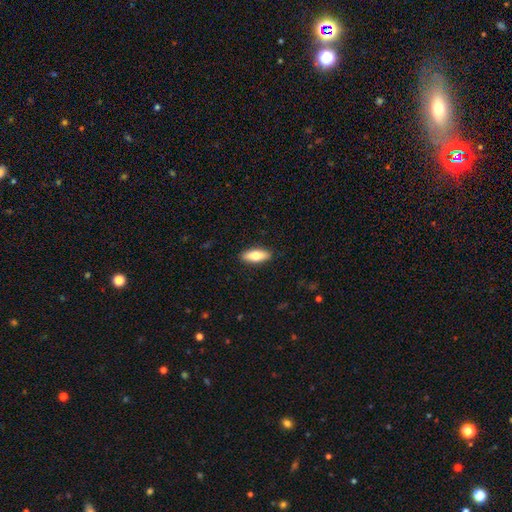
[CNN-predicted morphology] type=smooth (74%); roundness=in between (69%); merging=none (90%).